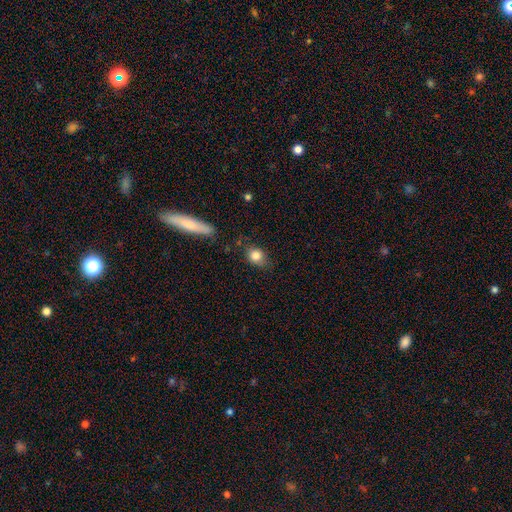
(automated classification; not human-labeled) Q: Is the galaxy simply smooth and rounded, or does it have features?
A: smooth — 83%.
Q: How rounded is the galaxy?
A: round — 57%.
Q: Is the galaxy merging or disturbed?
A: none — 73%.